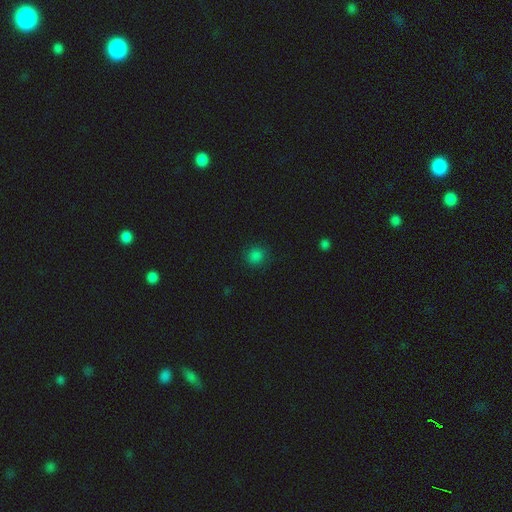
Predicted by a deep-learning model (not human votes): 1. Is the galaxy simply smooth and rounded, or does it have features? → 82% smooth, 15% star or artifact, 3% featured or disk.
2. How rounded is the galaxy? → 87% round, 12% in between, 1% cigar-shaped.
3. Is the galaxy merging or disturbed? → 89% none, 8% minor disturbance, 3% major disturbance, 1% merger.